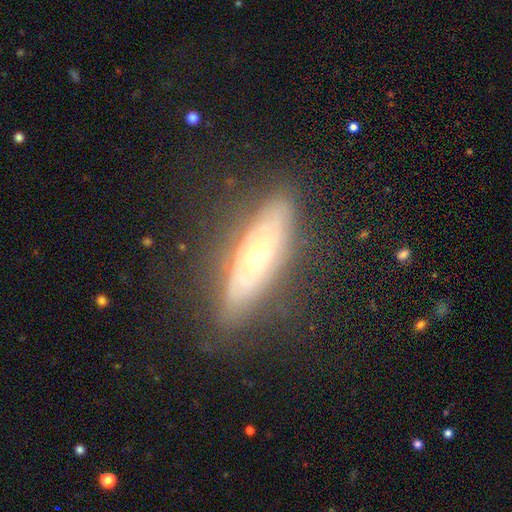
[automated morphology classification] Q: Smooth or featured?
A: featured or disk (67%); runner-up: smooth (25%)
Q: Edge-on disk?
A: no (53%); runner-up: yes (47%)
Q: Merging?
A: none (79%); runner-up: minor disturbance (15%)